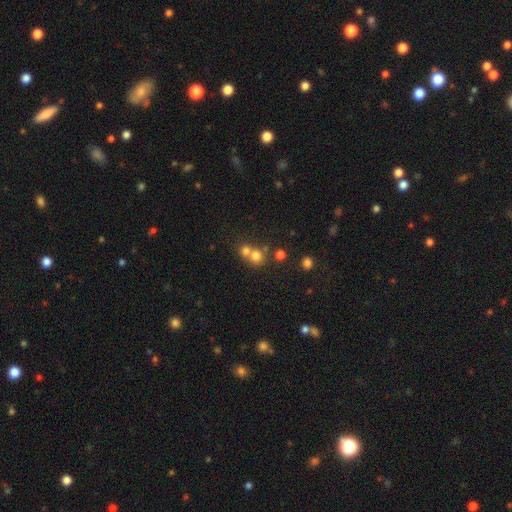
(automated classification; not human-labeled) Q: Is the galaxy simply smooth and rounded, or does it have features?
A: smooth — 72%.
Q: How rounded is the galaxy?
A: round — 85%.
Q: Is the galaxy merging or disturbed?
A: merger — 54%.